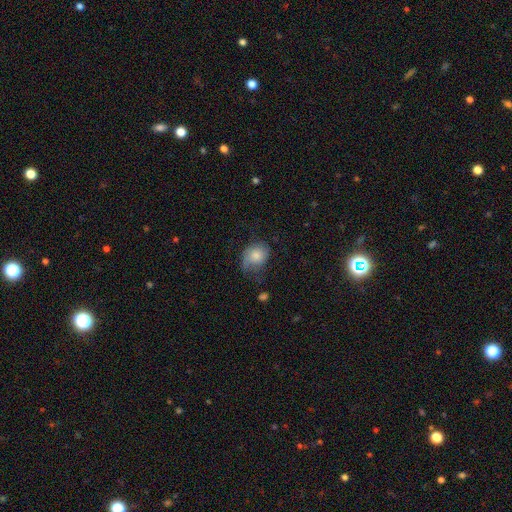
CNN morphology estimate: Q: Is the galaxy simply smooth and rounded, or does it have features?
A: smooth — 67%.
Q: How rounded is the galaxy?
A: round — 50%.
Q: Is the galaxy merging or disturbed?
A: none — 42%.